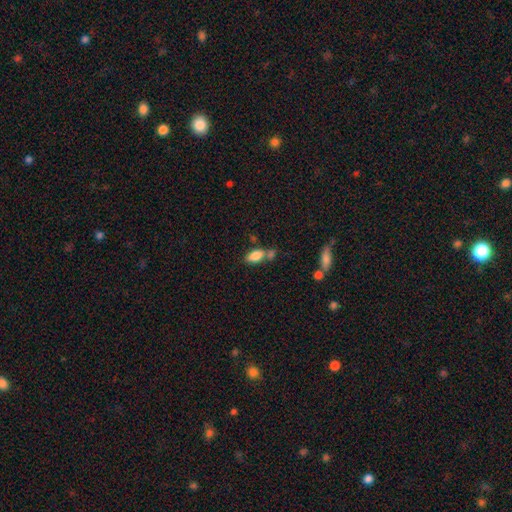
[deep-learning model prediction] This appears to be a smooth galaxy with no disk features (83%) that is in between round and cigar-shaped (90%). Merging: none (51%).